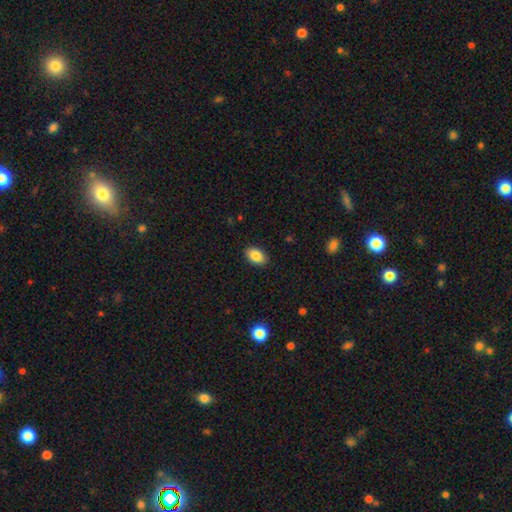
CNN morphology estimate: The model was most divided on "smooth or featured": smooth: 86%, star or artifact: 8%, featured or disk: 6%. More confident: how rounded — in between (89%); merging — none (89%).